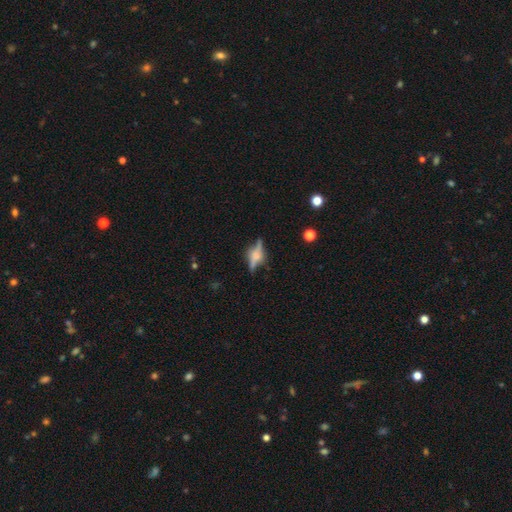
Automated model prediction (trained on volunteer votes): The model was most divided on "smooth or featured": featured or disk: 72%, smooth: 19%, star or artifact: 9%. More confident: edge-on disk — yes (92%); edge-on bulge — rounded (85%); merging — none (75%).